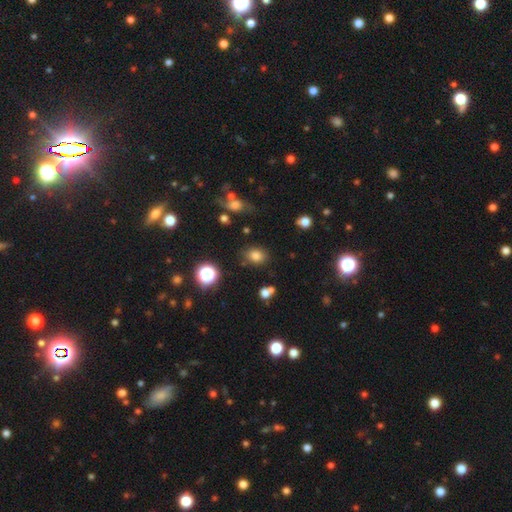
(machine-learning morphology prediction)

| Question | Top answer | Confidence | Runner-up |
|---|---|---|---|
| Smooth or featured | smooth | 78% | star or artifact (15%) |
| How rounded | in between | 60% | round (39%) |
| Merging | none | 77% | minor disturbance (14%) |